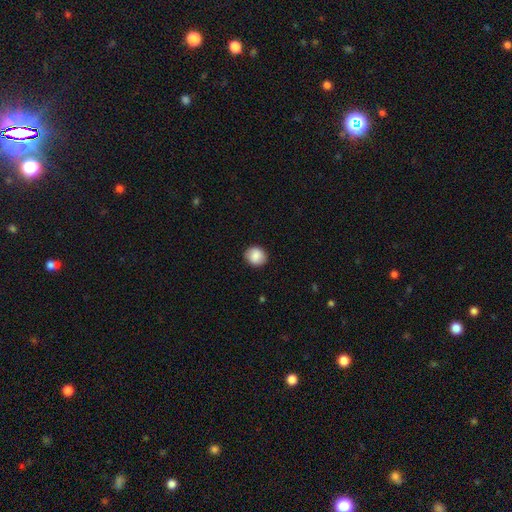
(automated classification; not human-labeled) The model was most divided on "how rounded": round: 76%, in between: 23%, cigar-shaped: 1%. More confident: merging — none (89%); smooth or featured — smooth (87%).